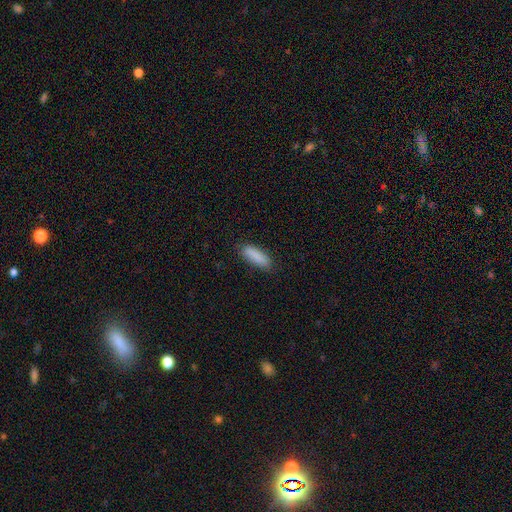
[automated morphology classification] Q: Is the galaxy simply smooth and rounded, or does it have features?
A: smooth — 88%.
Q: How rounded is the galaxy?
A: in between — 53%.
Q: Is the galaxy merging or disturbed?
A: none — 84%.